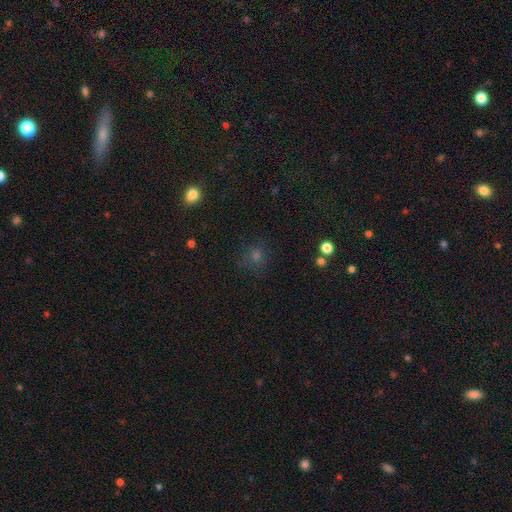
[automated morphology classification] A smooth galaxy with no disk features (59%) that is round (88%).

Vote fractions:
- Smooth or featured? smooth: 59% / star or artifact: 33% / featured or disk: 8%
- How rounded? round: 88% / in between: 11% / cigar-shaped: 1%
- Merging? none: 82% / minor disturbance: 11% / major disturbance: 5% / merger: 2%